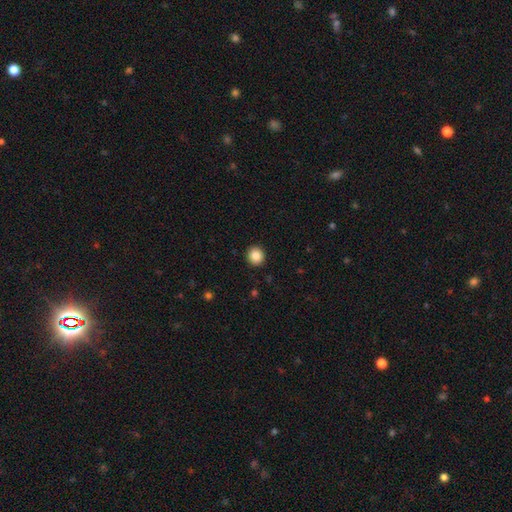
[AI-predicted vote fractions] Smooth or featured? Predicted: smooth (p=0.86). How rounded? Predicted: round (p=0.92). Merging? Predicted: none (p=0.93).